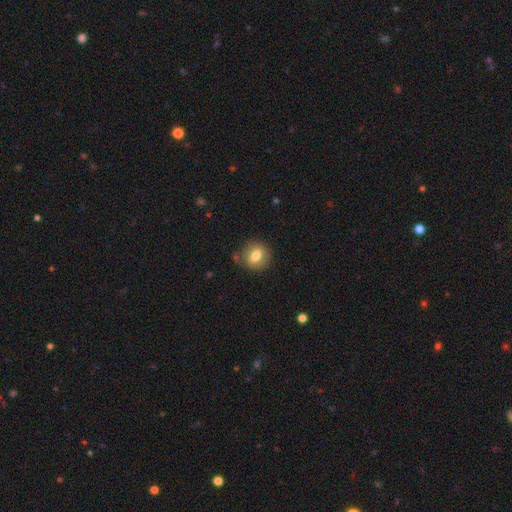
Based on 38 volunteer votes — Overall: smooth (68%). How rounded: round (81%). Merging: none (89%).